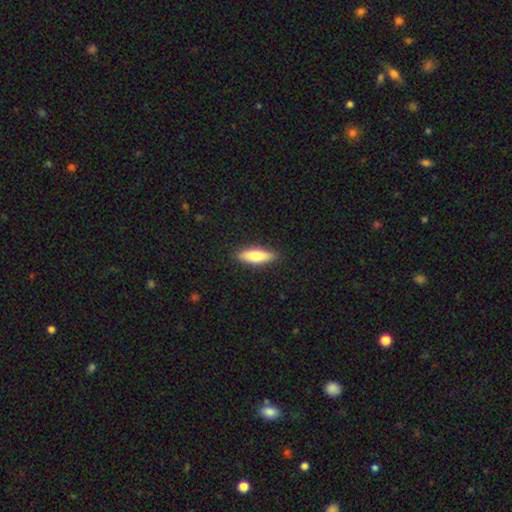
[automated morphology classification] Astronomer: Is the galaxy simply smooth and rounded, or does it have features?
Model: smooth — 74%.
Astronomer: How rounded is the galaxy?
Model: in between — 49%, tied with cigar-shaped at 49%.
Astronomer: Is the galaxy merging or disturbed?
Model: none — 88%.